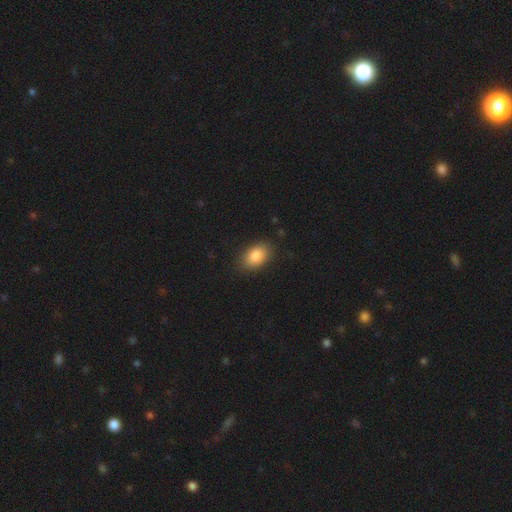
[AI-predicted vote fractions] smooth_or_featured: smooth (p=0.86) [alt: star or artifact p=0.08]
how_rounded: in between (p=0.88) [alt: round p=0.11]
merging: none (p=0.85) [alt: minor disturbance p=0.11]